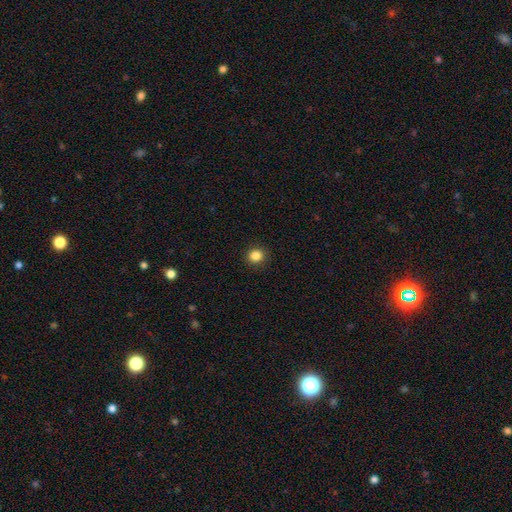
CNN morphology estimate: smooth_or_featured: smooth (p=0.85) [alt: star or artifact p=0.11]
how_rounded: round (p=0.89) [alt: in between p=0.10]
merging: none (p=0.92) [alt: minor disturbance p=0.05]